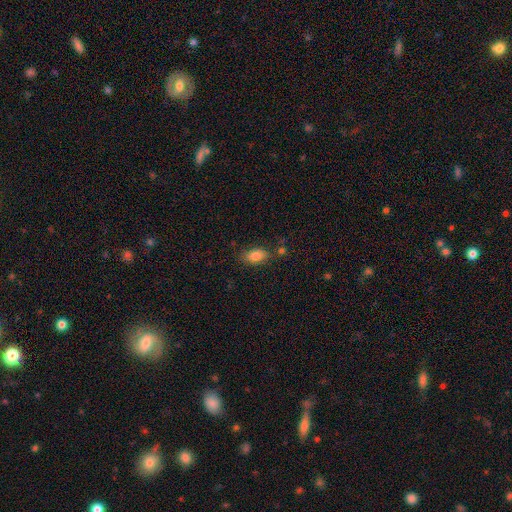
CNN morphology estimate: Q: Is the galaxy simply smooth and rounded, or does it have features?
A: smooth — 81%.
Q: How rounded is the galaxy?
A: in between — 88%.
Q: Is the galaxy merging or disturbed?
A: none — 75%.